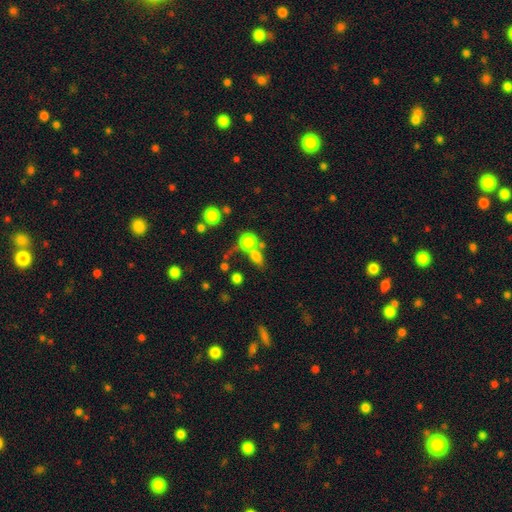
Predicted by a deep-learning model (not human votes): Overall: smooth (77%). How rounded: round (68%; in between 29%). Merging: merger (44%; none 35%).